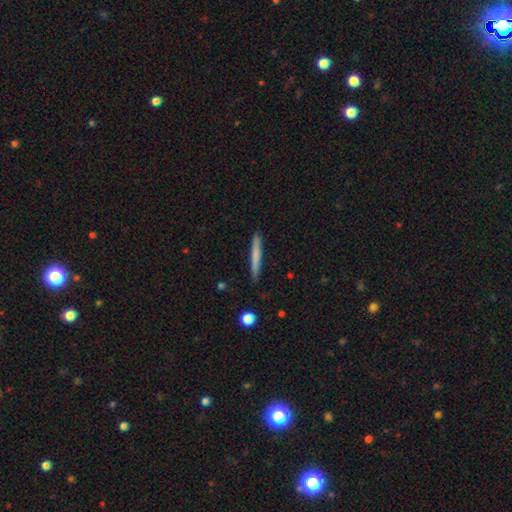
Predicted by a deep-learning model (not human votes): The model was most divided on "smooth or featured": smooth: 67%, featured or disk: 27%, star or artifact: 5%. More confident: how rounded — cigar-shaped (96%); merging — none (90%).